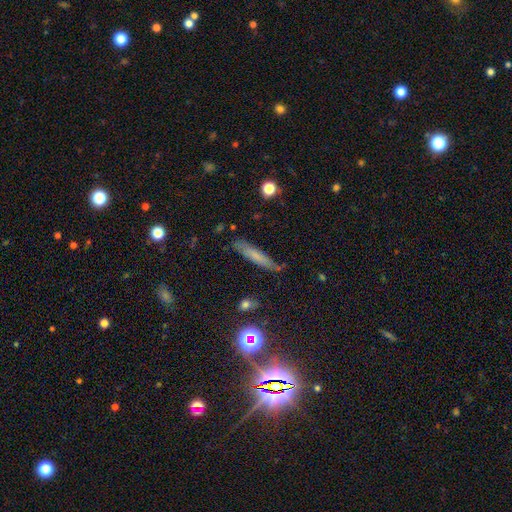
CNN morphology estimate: This is likely a smooth galaxy (64%). How rounded: clearly cigar-shaped (88%). Merging: likely none (76%).